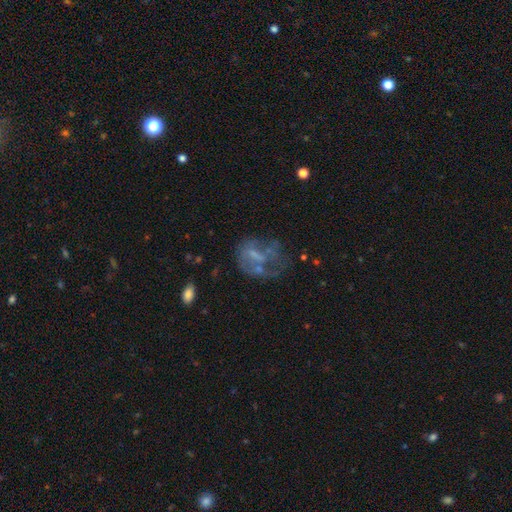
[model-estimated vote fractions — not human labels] A featured or disk galaxy (55%) with no bar (59%), no spiral arms (73%) and no central bulge (44%). Merging: major disturbance (40%).